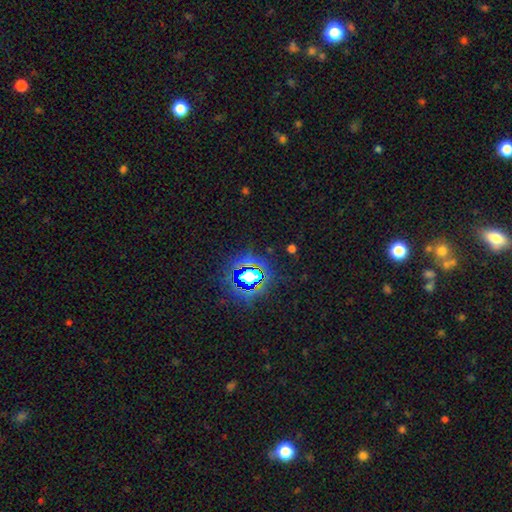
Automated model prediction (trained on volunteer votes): A star or artifact, not a galaxy (78%).